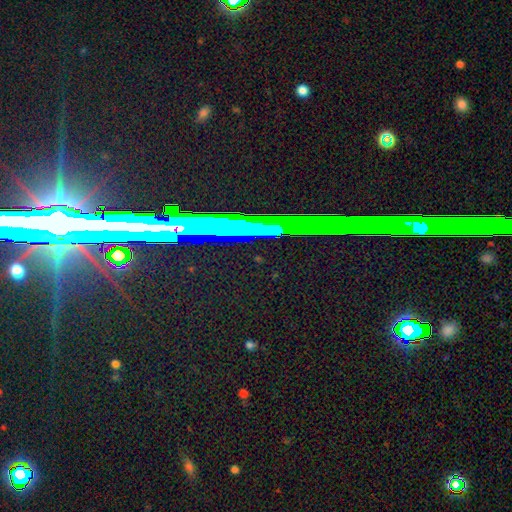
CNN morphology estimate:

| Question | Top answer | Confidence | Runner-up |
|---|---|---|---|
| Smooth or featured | star or artifact | 76% | featured or disk (15%) |